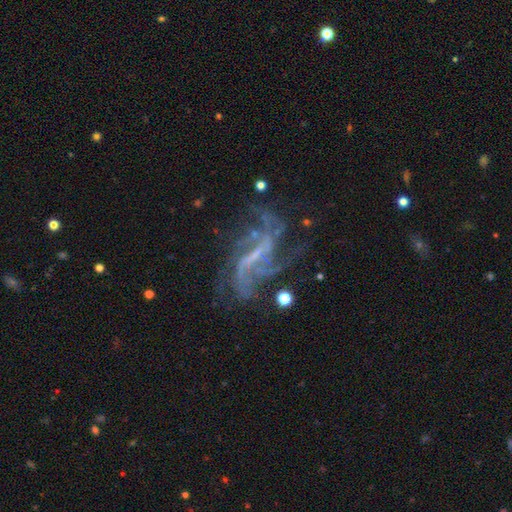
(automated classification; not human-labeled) Smooth or featured?
  - featured or disk: 83% *
  - star or artifact: 11%
  - smooth: 6%
Edge-on disk?
  - no: 95% *
  - yes: 5%
Bar?
  - strong: 41% *
  - weak: 40%
  - no: 19%
Spiral arms?
  - yes: 89% *
  - no: 11%
Spiral winding?
  - loose: 45% *
  - medium: 37%
  - tight: 17%
Spiral arm count?
  - can't tell: 27% *
  - 2: 23%
  - 3: 20%
  - 4: 15%
  - more than 4: 8%
  - 1: 8%
Bulge size?
  - none: 43% *
  - small: 42%
  - moderate: 13%
  - large: 2%
  - dominant: 1%
Merging?
  - none: 48% *
  - major disturbance: 28%
  - minor disturbance: 18%
  - merger: 6%